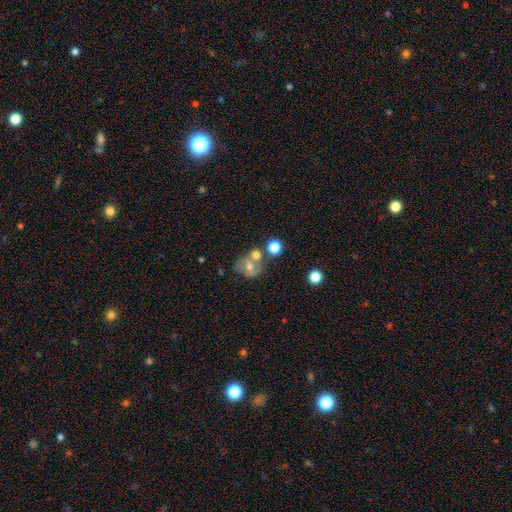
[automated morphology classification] Smooth or featured: smooth — 60% (featured or disk — 27%)
How rounded: round — 72% (in between — 27%)
Merging: merger — 41% (tied with none — 41%)